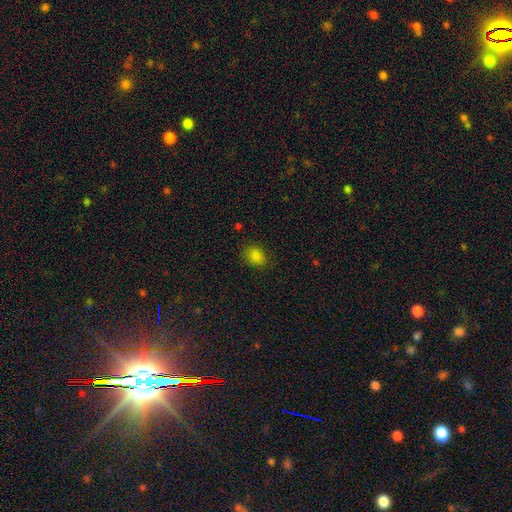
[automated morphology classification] A smooth galaxy with no disk features (83%) that is in between round and cigar-shaped (62%). Merging: none (83%).